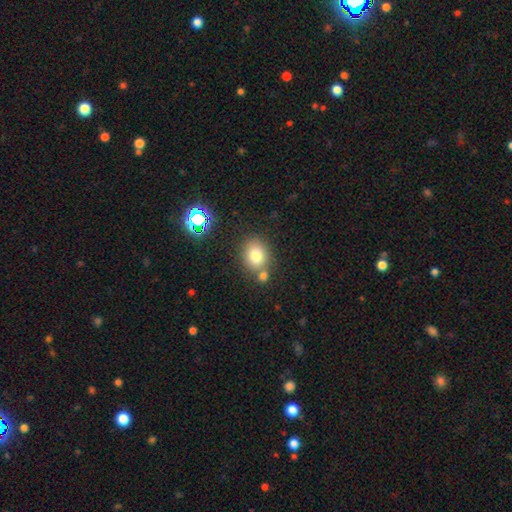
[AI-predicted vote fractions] This appears to be a smooth galaxy with no disk features (77%) that is round (59%). Merging: none (64%).